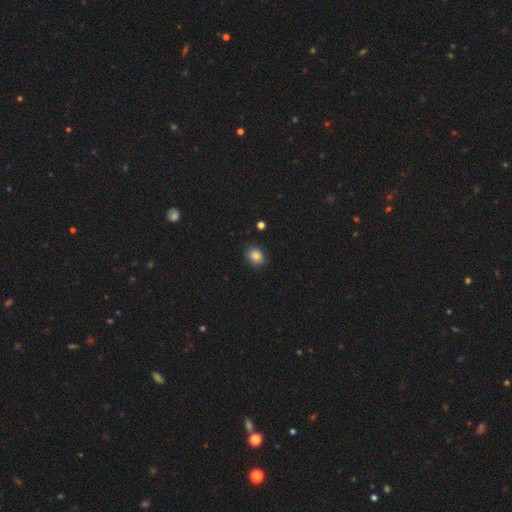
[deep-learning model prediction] A smooth galaxy with no disk features (85%) that is round (53%).

Vote fractions:
- Smooth or featured? smooth: 85% / star or artifact: 10% / featured or disk: 5%
- How rounded? round: 53% / in between: 46% / cigar-shaped: 1%
- Merging? none: 85% / minor disturbance: 11% / major disturbance: 2% / merger: 1%